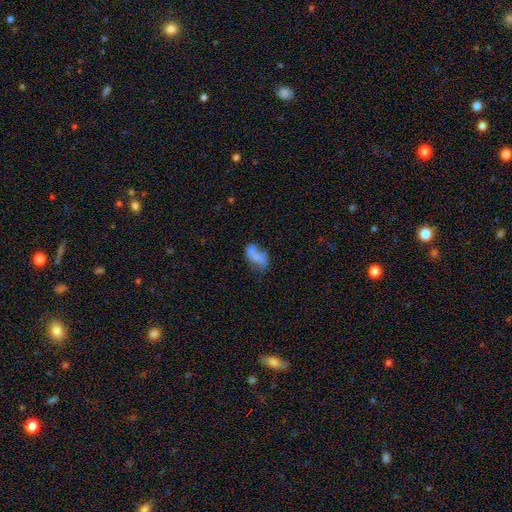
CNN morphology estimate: smooth-or-featured: smooth: 58% | featured or disk: 32% | star or artifact: 10%
  how-rounded: in between: 88% | round: 8% | cigar-shaped: 4%
  merging: merger: 33% | none: 32% | minor disturbance: 20% | major disturbance: 15%